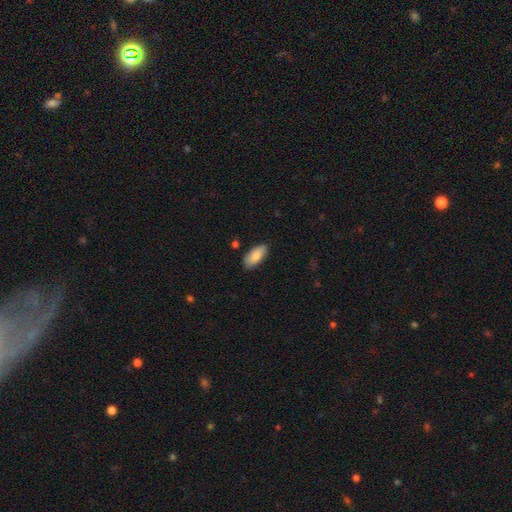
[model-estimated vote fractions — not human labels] Smooth or featured: smooth — 85% (featured or disk — 9%)
How rounded: in between — 91% (cigar-shaped — 7%)
Merging: none — 84% (minor disturbance — 12%)